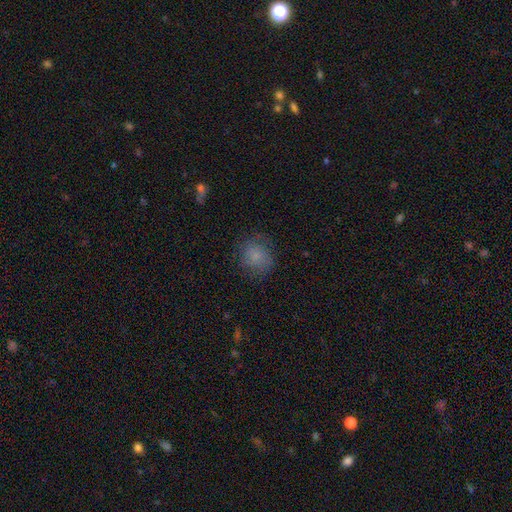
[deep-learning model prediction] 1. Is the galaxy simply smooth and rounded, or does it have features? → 78% smooth, 12% featured or disk, 10% star or artifact.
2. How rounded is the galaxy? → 81% round, 19% in between, 1% cigar-shaped.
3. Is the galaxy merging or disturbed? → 73% none, 18% minor disturbance, 8% major disturbance, 1% merger.